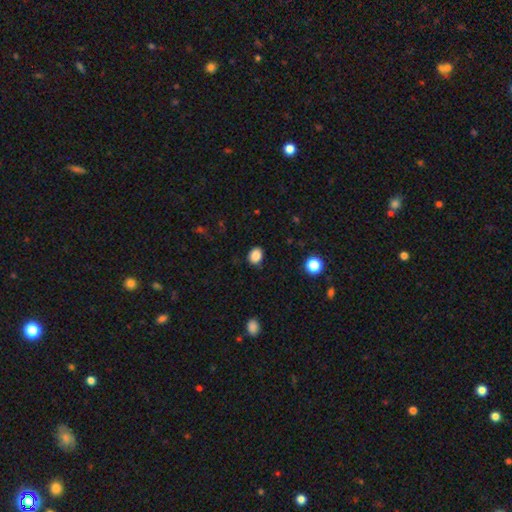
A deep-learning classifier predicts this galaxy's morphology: Q: Smooth or featured?
A: smooth (87%); runner-up: star or artifact (10%)
Q: How rounded?
A: in between (54%); runner-up: round (45%)
Q: Merging?
A: none (83%); runner-up: minor disturbance (13%)